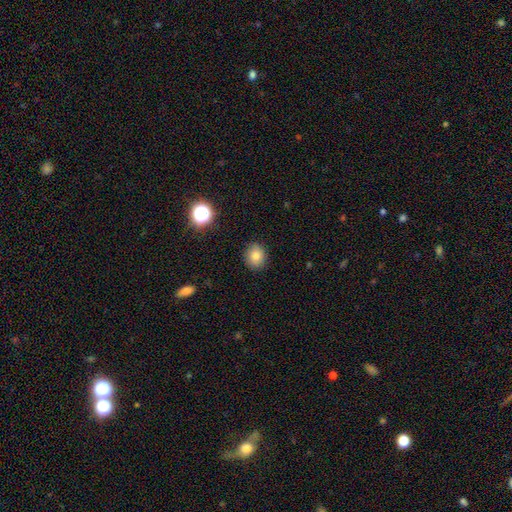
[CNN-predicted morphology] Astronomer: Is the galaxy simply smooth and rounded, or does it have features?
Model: smooth — 81%.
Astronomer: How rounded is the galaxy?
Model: round — 70%.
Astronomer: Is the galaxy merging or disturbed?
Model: none — 89%.